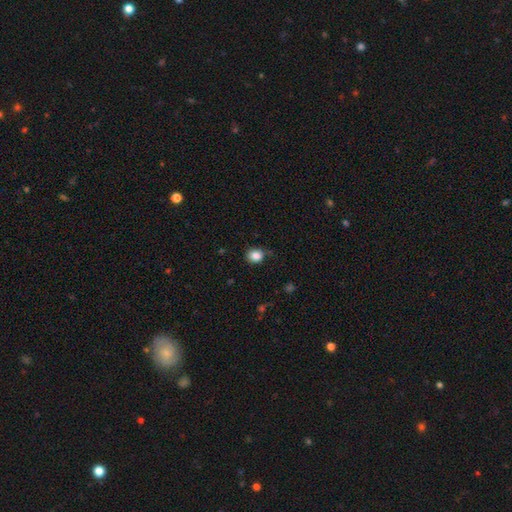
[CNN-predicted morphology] A smooth galaxy with no disk features (86%) that is round (69%).

Vote fractions:
- Smooth or featured? smooth: 86% / star or artifact: 10% / featured or disk: 4%
- How rounded? round: 69% / in between: 30% / cigar-shaped: 1%
- Merging? none: 78% / minor disturbance: 17% / major disturbance: 3% / merger: 2%